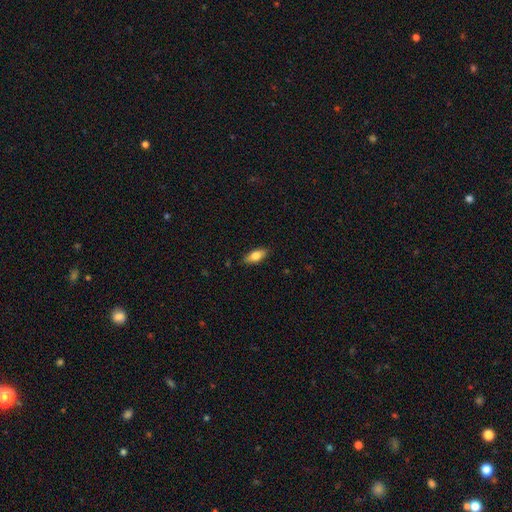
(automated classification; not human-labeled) Smooth or featured: smooth — 77% (featured or disk — 16%)
How rounded: in between — 82% (cigar-shaped — 15%)
Merging: none — 86% (minor disturbance — 11%)